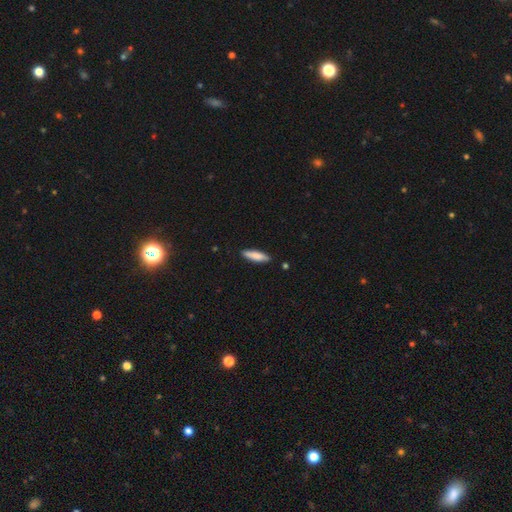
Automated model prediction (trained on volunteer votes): This is clearly a smooth galaxy (83%). How rounded: likely cigar-shaped (68%). Merging: clearly none (86%).